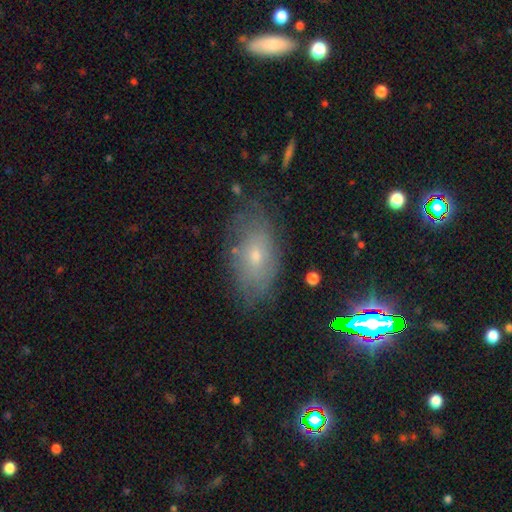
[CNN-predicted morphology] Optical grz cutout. It shows a smooth galaxy with no disk features (52%) that is in between round and cigar-shaped (89%). Merging: none (73%).